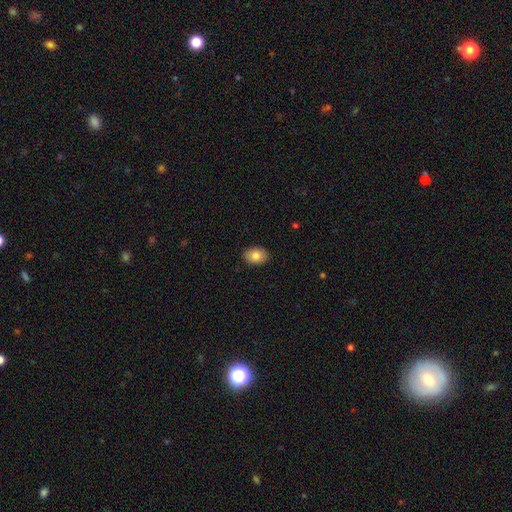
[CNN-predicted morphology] Overall: smooth (83%). How rounded: in between (82%). Merging: none (90%).